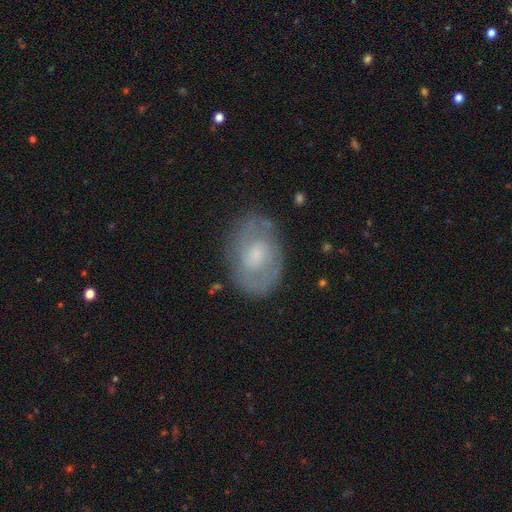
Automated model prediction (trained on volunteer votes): Overall: featured or disk (65%; smooth 28%). Edge-on disk: no (96%). Bar: no (59%; weak 35%). Spiral arms: yes (74%). Bulge size: small (50%; moderate 37%). Merging: none (75%).